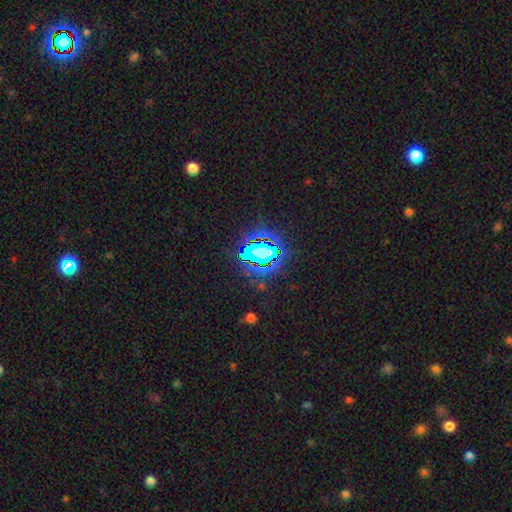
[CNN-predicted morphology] smooth-or-featured: star or artifact: 82% | smooth: 11% | featured or disk: 7%